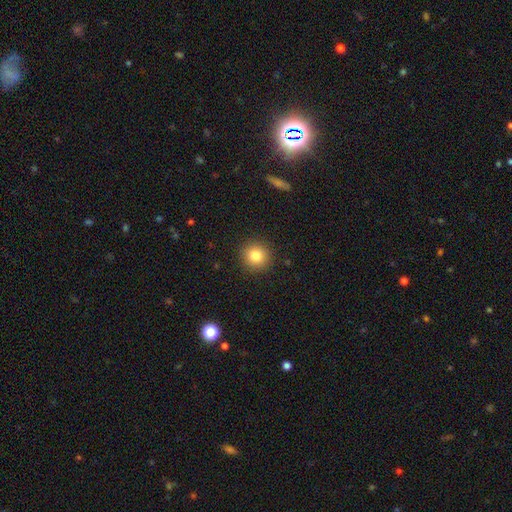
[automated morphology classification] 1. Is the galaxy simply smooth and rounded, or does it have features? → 82% smooth, 11% star or artifact, 7% featured or disk.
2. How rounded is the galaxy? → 93% round, 6% in between, 1% cigar-shaped.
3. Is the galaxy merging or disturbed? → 91% none, 6% minor disturbance, 2% major disturbance, 1% merger.